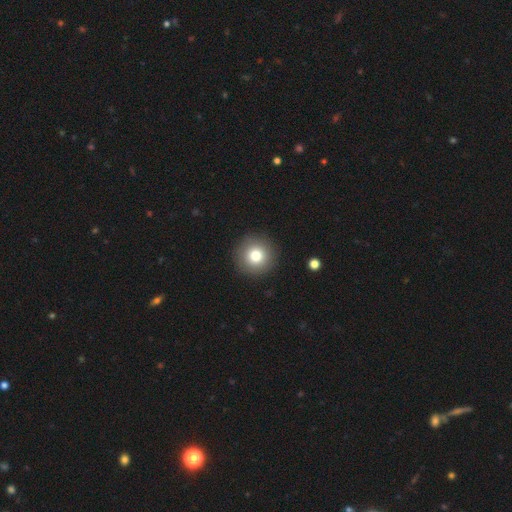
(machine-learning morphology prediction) A smooth galaxy with no disk features (79%) that is round (96%).

Vote fractions:
- Smooth or featured? smooth: 79% / star or artifact: 11% / featured or disk: 10%
- How rounded? round: 96% / in between: 3% / cigar-shaped: 1%
- Merging? none: 92% / minor disturbance: 5% / major disturbance: 2% / merger: 1%